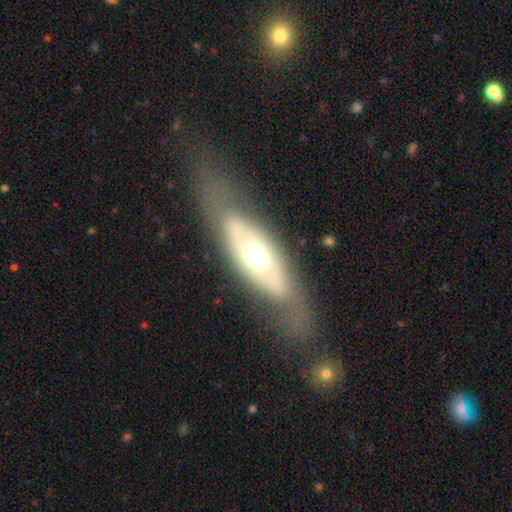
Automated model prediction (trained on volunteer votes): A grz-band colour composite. It shows a featured or disk galaxy (62%). Merging: none (68%).